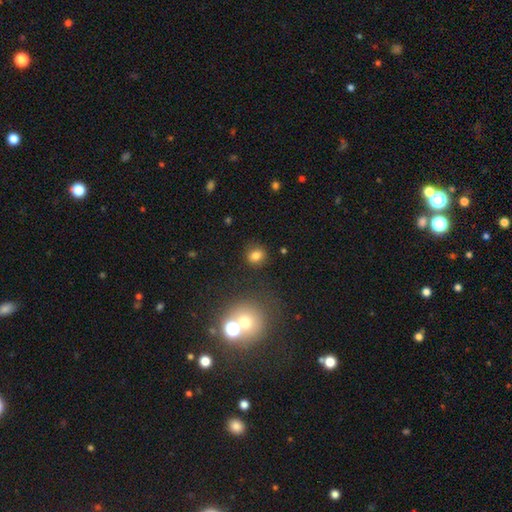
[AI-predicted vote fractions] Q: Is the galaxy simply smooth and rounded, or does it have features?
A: smooth — 80%.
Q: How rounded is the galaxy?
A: round — 71%.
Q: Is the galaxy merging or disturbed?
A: none — 83%.